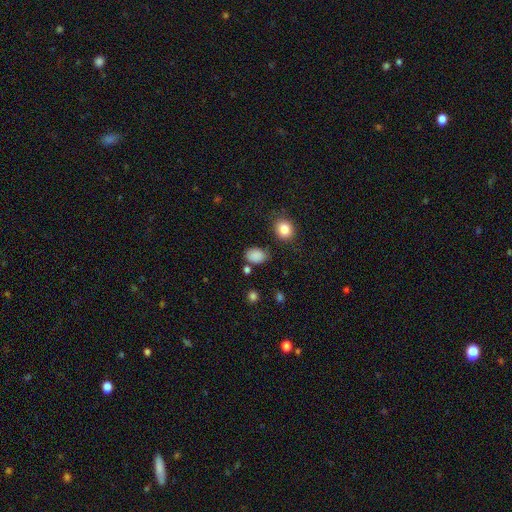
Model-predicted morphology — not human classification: This is clearly a smooth galaxy (85%). How rounded: likely in between (74%). Merging: likely none (74%).